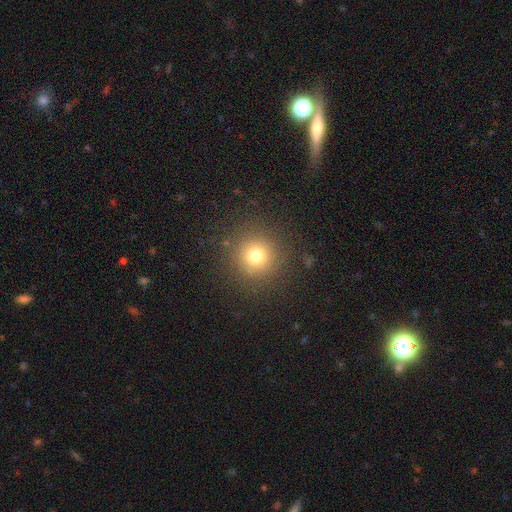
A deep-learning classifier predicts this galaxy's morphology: A smooth galaxy with no disk features (74%) that is round (95%). Merging: none (88%).